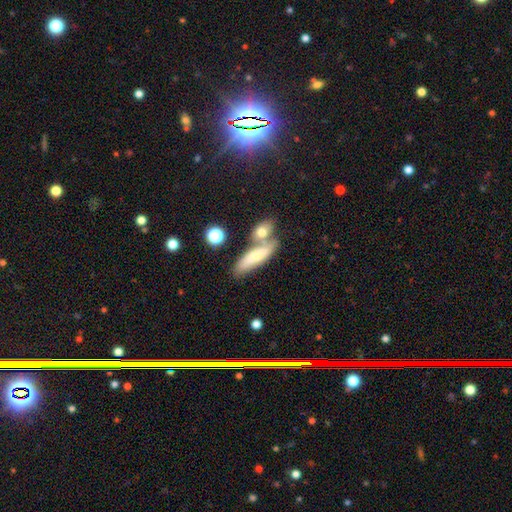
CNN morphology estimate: This is likely a smooth galaxy (63%). How rounded: possibly cigar-shaped (48%). Merging: marginally none (44%).